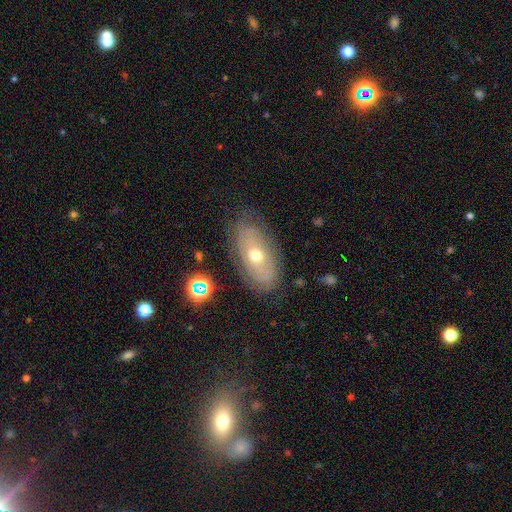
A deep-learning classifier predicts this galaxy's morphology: Smooth or featured? Predicted: featured or disk (p=0.57). Edge-on disk? Predicted: no (p=0.88). Bar? Predicted: no (p=0.86). Spiral arms? Predicted: no (p=0.53). Bulge size? Predicted: moderate (p=0.67). Merging? Predicted: none (p=0.74).